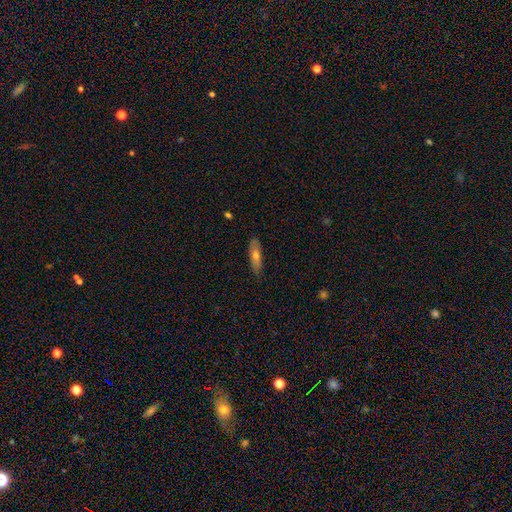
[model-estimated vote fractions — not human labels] smooth-or-featured: smooth: 60% | featured or disk: 33% | star or artifact: 7%
  how-rounded: cigar-shaped: 57% | in between: 41% | round: 2%
  merging: none: 81% | minor disturbance: 15% | major disturbance: 2% | merger: 1%